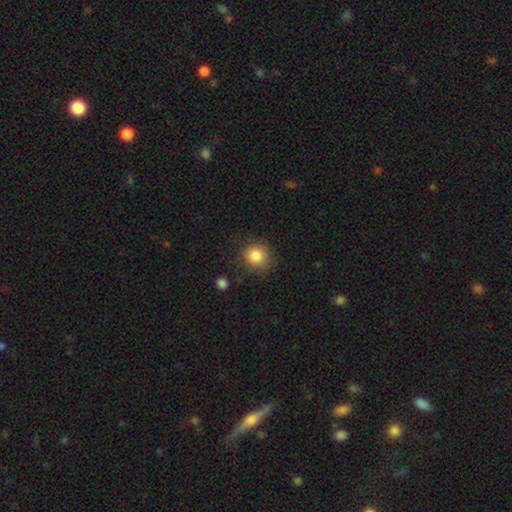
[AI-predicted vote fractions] smooth_or_featured: smooth (p=0.85) [alt: star or artifact p=0.10]
how_rounded: round (p=0.87) [alt: in between p=0.12]
merging: none (p=0.81) [alt: minor disturbance p=0.12]